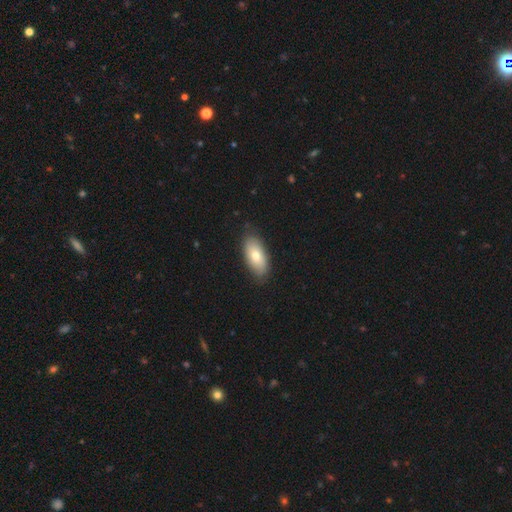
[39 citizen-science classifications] A smooth galaxy with no disk features (72%) that is in between round and cigar-shaped (86%).

Vote fractions:
- Smooth or featured? smooth: 72% / featured or disk: 23% / star or artifact: 5%
- How rounded? in between: 86% / cigar-shaped: 14% / round: 0%
- Merging? none: 86% / minor disturbance: 11% / major disturbance: 3% / merger: 0%